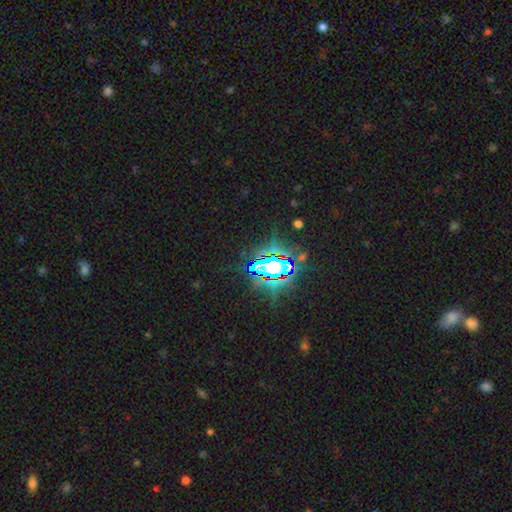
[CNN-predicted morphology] star or artifact 81%, smooth 12%, featured or disk 7%.